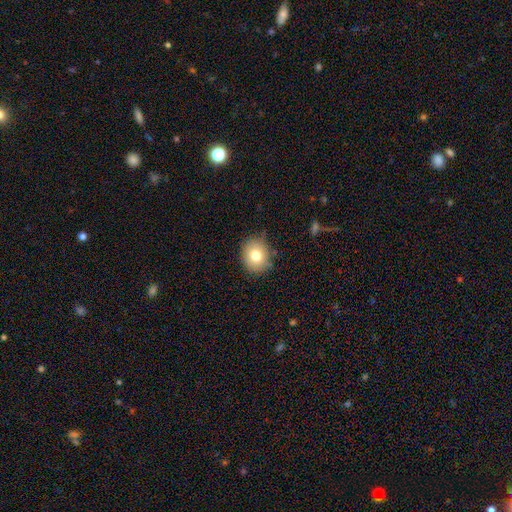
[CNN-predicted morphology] This is likely a smooth galaxy (76%). How rounded: likely round (73%). Merging: clearly none (82%).